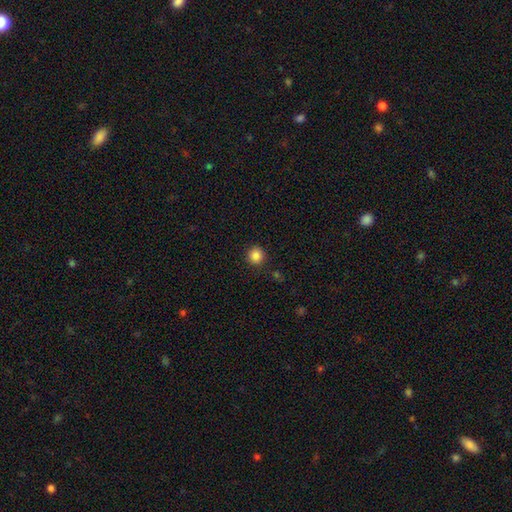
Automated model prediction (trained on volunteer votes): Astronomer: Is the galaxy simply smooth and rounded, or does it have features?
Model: smooth — 86%.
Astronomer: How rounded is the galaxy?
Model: round — 95%.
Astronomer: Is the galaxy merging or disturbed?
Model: none — 91%.